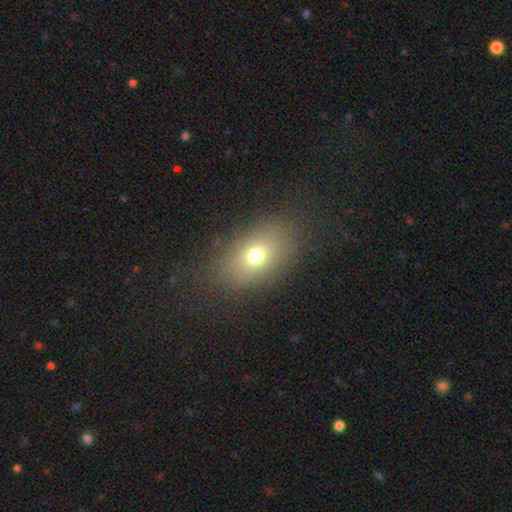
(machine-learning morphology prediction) smooth-or-featured: smooth: 70% | featured or disk: 16% | star or artifact: 15%
  how-rounded: in between: 78% | round: 19% | cigar-shaped: 2%
  merging: none: 81% | minor disturbance: 11% | major disturbance: 7% | merger: 1%